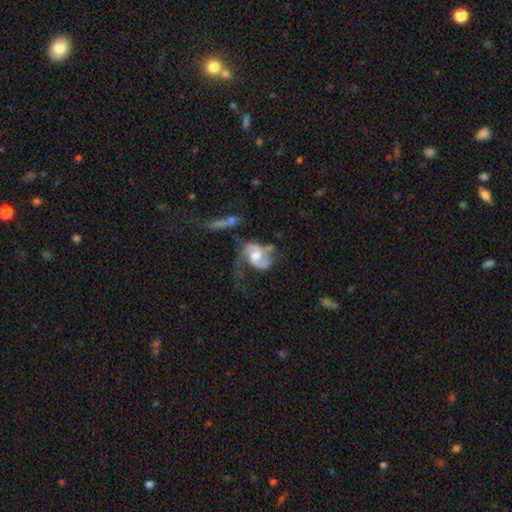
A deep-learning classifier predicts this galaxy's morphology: This is clearly a featured or disk galaxy (81%). It is clearly not viewed edge-on (97%). Bar: possibly no (52%). Spiral arm pattern: clearly yes (91%). Spiral arm count: likely 2 (77%). Spiral winding: marginally medium (45%). Central bulge: likely moderate (68%). Merging: marginally major disturbance (37%).